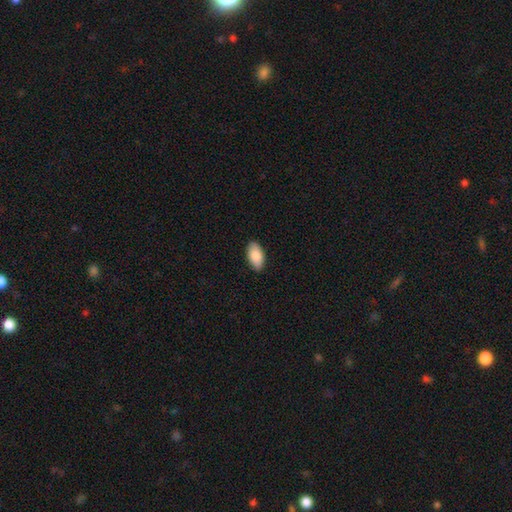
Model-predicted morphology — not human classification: The model was most divided on "smooth or featured": smooth: 86%, featured or disk: 8%, star or artifact: 6%. More confident: how rounded — in between (95%); merging — none (88%).